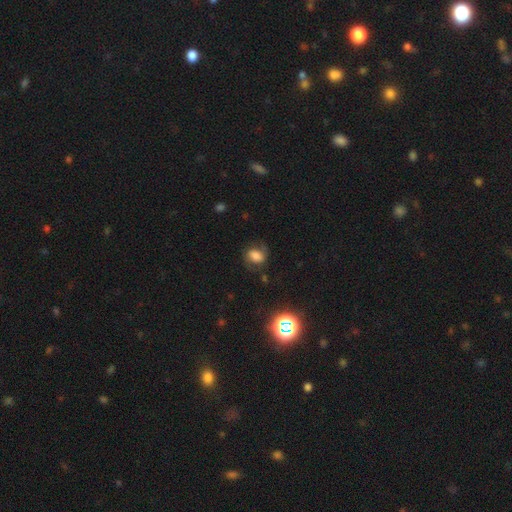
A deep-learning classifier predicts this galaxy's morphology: A smooth galaxy with no disk features (57%) that is in between round and cigar-shaped (56%).

Vote fractions:
- Smooth or featured? smooth: 57% / featured or disk: 29% / star or artifact: 14%
- How rounded? in between: 56% / round: 42% / cigar-shaped: 1%
- Merging? none: 62% / minor disturbance: 23% / major disturbance: 13% / merger: 2%